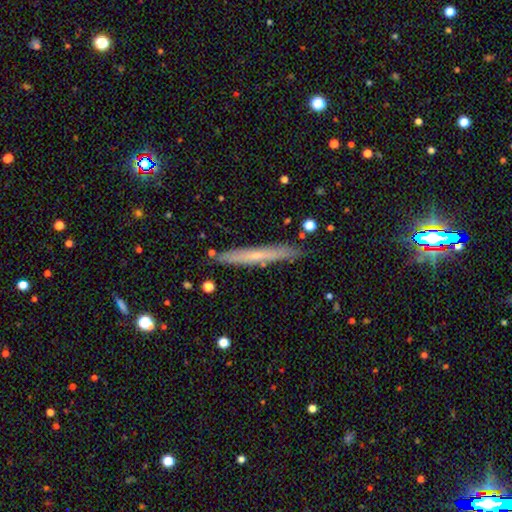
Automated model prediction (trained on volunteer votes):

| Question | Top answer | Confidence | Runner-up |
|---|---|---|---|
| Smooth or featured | smooth | 49% | featured or disk (45%) |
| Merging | none | 87% | minor disturbance (10%) |